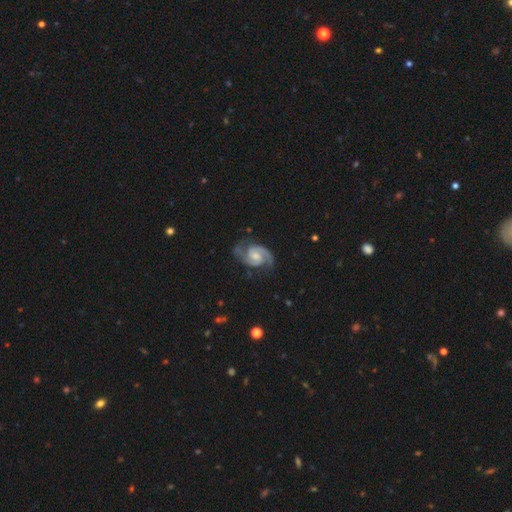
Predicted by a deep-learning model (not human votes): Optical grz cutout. It shows a featured or disk galaxy (92%) with a weak bar (47%), 2 (93%) medium (58%) spiral arms (98%) and a moderate central bulge (46%). Merging: none (78%).